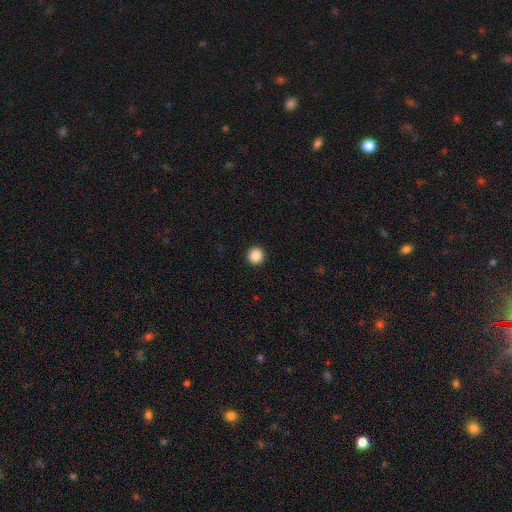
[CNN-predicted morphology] Overall: smooth (88%). How rounded: round (97%). Merging: none (94%).